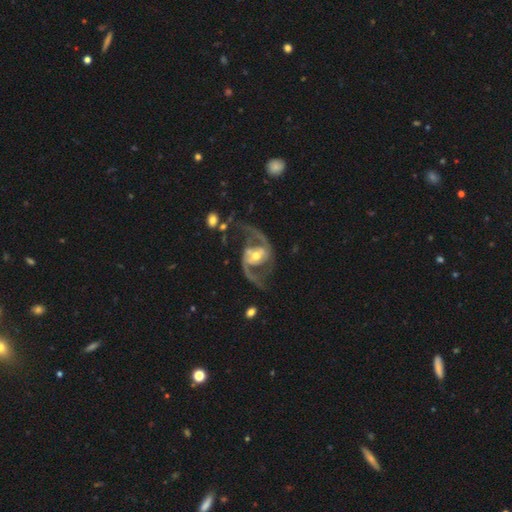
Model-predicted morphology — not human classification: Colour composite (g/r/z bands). It shows a featured or disk galaxy (92%) with a weak bar (38%), 2 (94%) loose (49%) spiral arms (97%) and a moderate central bulge (68%). Merging: none (63%).